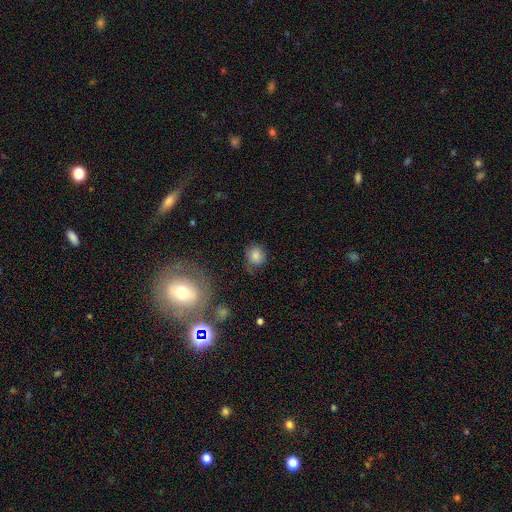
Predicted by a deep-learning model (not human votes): This is clearly a smooth galaxy (81%). How rounded: likely round (79%). Merging: likely none (64%).